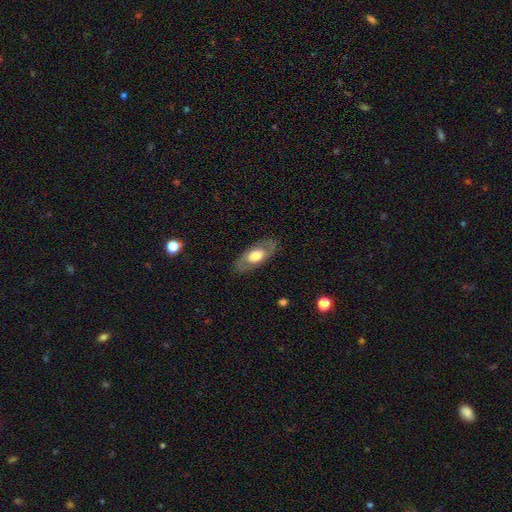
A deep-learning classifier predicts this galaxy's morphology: smooth-or-featured: featured or disk: 48% | smooth: 46% | star or artifact: 6%
  merging: none: 83% | minor disturbance: 12% | major disturbance: 5% | merger: 1%